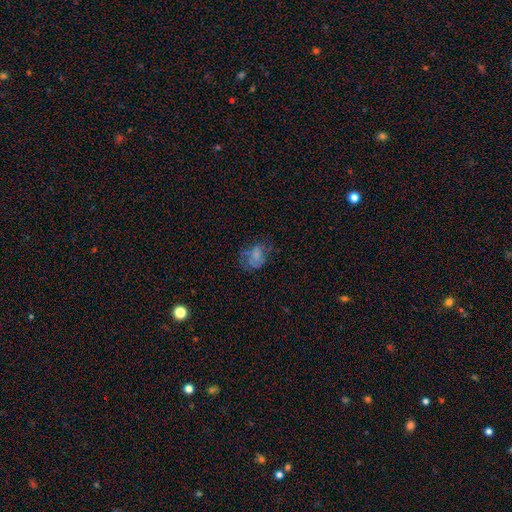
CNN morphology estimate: Smooth or featured? smooth (54%)
How rounded? in between (64%)
Merging? none (44%)